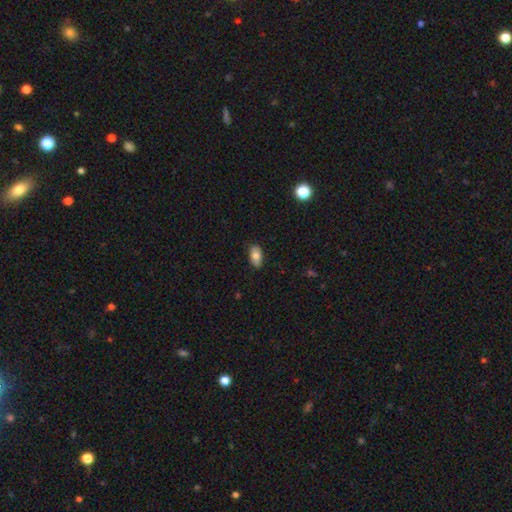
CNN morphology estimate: smooth_or_featured: smooth (p=0.79) [alt: featured or disk p=0.13]
how_rounded: in between (p=0.91) [alt: round p=0.04]
merging: none (p=0.84) [alt: minor disturbance p=0.13]